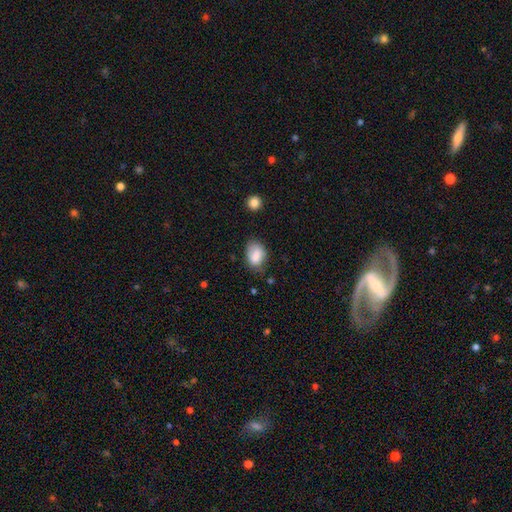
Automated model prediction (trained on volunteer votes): A smooth galaxy with no disk features (81%) that is in between round and cigar-shaped (80%).

Vote fractions:
- Smooth or featured? smooth: 81% / featured or disk: 11% / star or artifact: 8%
- How rounded? in between: 80% / round: 18% / cigar-shaped: 1%
- Merging? none: 62% / minor disturbance: 28% / major disturbance: 7% / merger: 3%